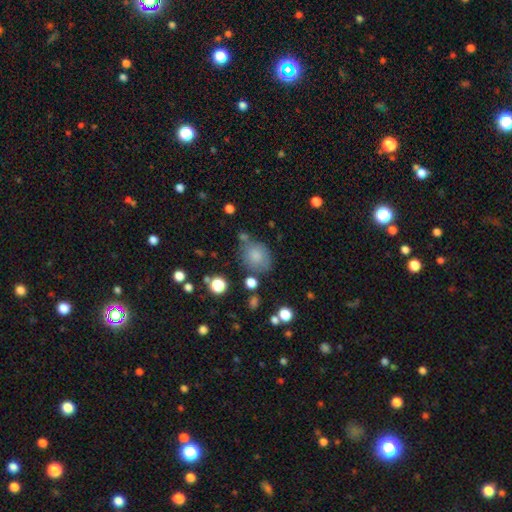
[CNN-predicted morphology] type=smooth (80%); roundness=round (59%); merging=none (63%).